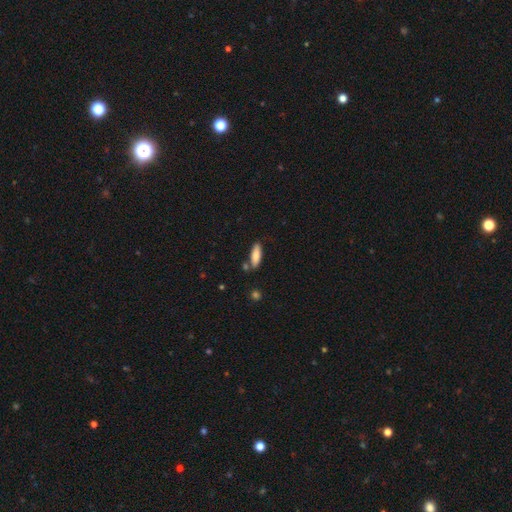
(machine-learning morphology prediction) A smooth galaxy with no disk features (83%) that is in between round and cigar-shaped (52%). Merging: none (78%).